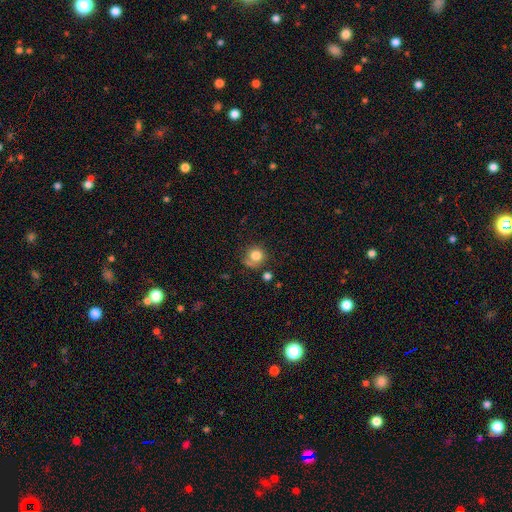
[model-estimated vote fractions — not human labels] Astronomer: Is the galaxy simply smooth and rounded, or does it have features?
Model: smooth — 78%.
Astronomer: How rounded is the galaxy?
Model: round — 88%.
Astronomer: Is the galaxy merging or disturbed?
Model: none — 61%.